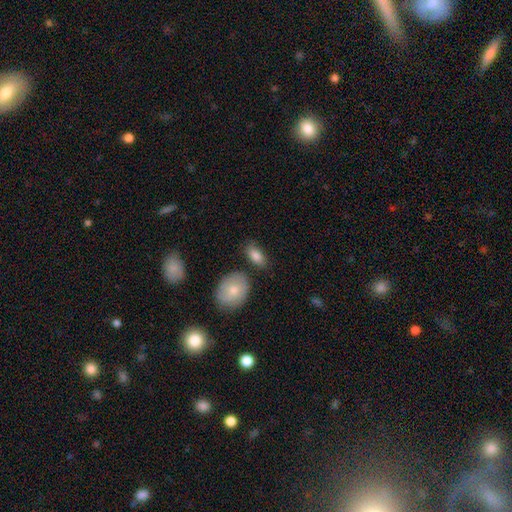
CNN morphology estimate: smooth_or_featured: smooth (p=0.86) [alt: featured or disk p=0.08]
how_rounded: in between (p=0.90) [alt: round p=0.05]
merging: none (p=0.71) [alt: minor disturbance p=0.17]